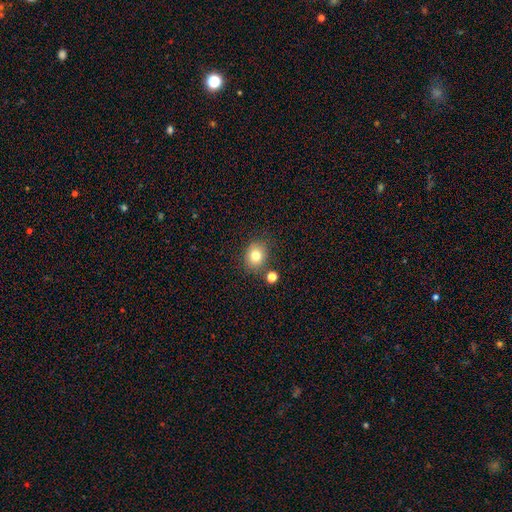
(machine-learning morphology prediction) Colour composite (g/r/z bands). It shows a smooth galaxy with no disk features (80%) that is round (66%). Merging: none (77%).